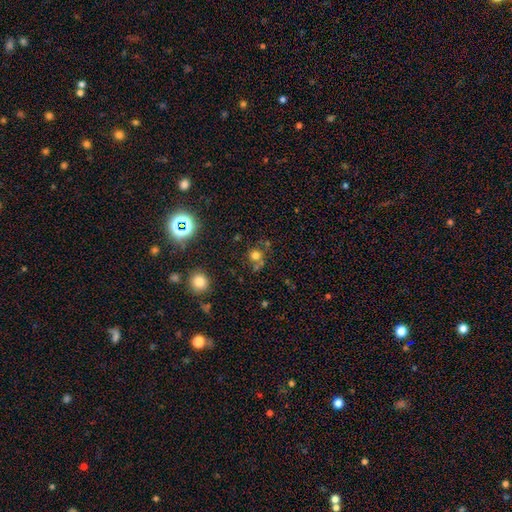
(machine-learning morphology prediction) Smooth or featured: smooth — 70% (star or artifact — 20%)
How rounded: round — 88% (in between — 11%)
Merging: none — 62% (merger — 19%)